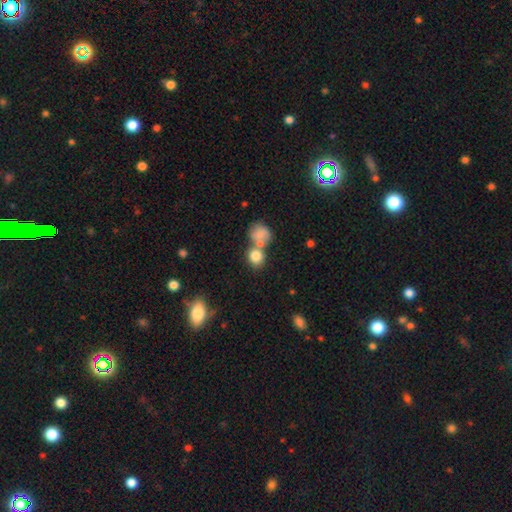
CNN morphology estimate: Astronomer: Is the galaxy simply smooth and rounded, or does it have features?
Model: smooth — 81%.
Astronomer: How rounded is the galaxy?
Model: round — 72%.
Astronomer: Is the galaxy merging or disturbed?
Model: none — 44% (runner-up: merger, 42%).